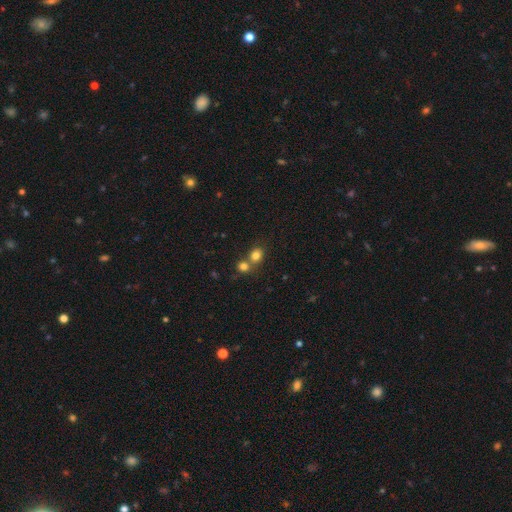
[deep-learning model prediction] This is likely a smooth galaxy (79%). How rounded: likely round (71%). Merging: possibly merger (46%).